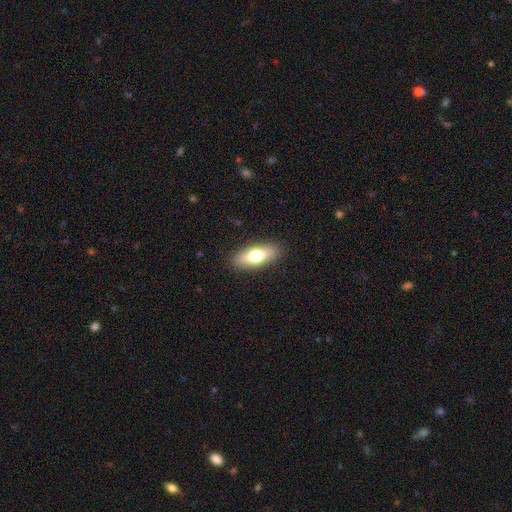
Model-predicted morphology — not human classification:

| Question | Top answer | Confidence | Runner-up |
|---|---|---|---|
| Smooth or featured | smooth | 68% | featured or disk (25%) |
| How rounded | in between | 70% | cigar-shaped (27%) |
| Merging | none | 89% | minor disturbance (8%) |